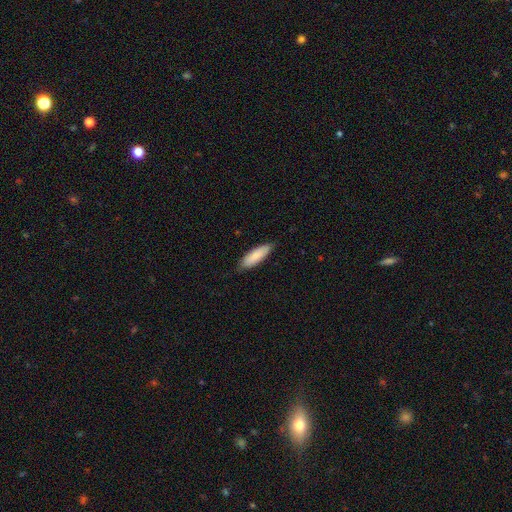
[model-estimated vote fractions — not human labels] Smooth or featured: smooth — 84% (featured or disk — 10%)
How rounded: in between — 51% (cigar-shaped — 48%)
Merging: none — 82% (minor disturbance — 15%)